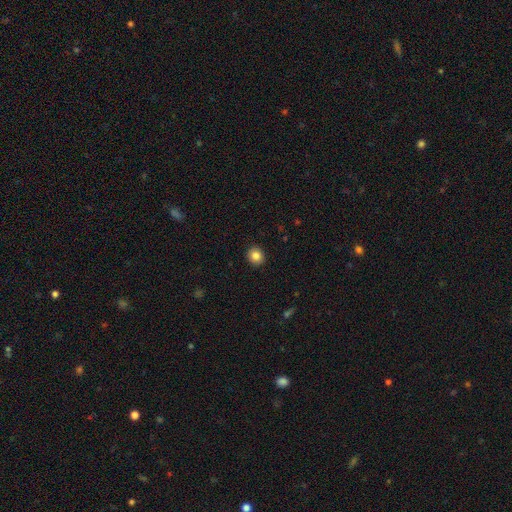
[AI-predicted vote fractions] Q: Smooth or featured?
A: smooth (85%); runner-up: star or artifact (10%)
Q: How rounded?
A: round (81%); runner-up: in between (18%)
Q: Merging?
A: none (92%); runner-up: minor disturbance (6%)